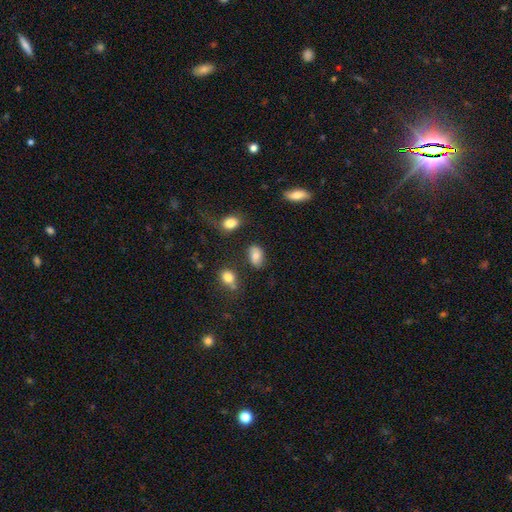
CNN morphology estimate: This appears to be a smooth galaxy with no disk features (76%) that is in between round and cigar-shaped (85%). Merging: none (74%).